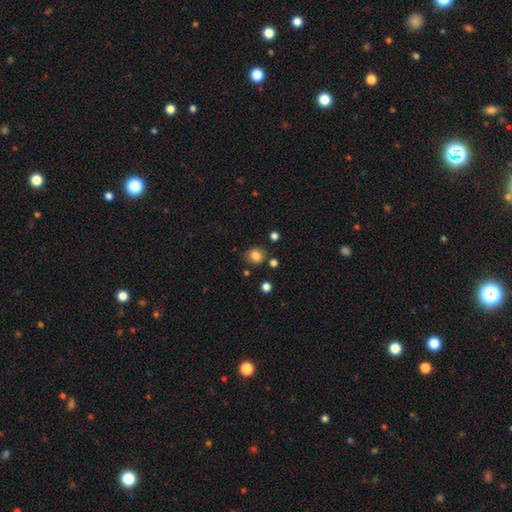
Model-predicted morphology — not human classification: type=smooth (82%); roundness=round (70%); merging=none (78%).